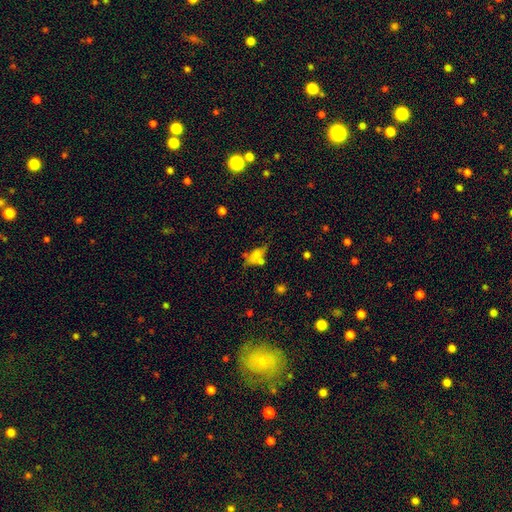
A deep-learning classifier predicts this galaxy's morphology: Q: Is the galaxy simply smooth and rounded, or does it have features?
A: smooth — 64%.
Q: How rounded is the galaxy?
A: in between — 76%.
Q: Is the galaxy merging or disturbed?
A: none — 37%.